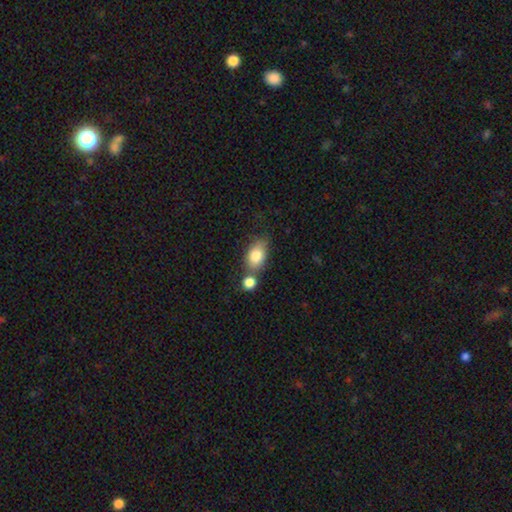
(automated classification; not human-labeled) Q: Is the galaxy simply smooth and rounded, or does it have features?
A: smooth — 82%.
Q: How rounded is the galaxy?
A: in between — 81%.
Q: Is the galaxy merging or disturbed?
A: none — 48%.